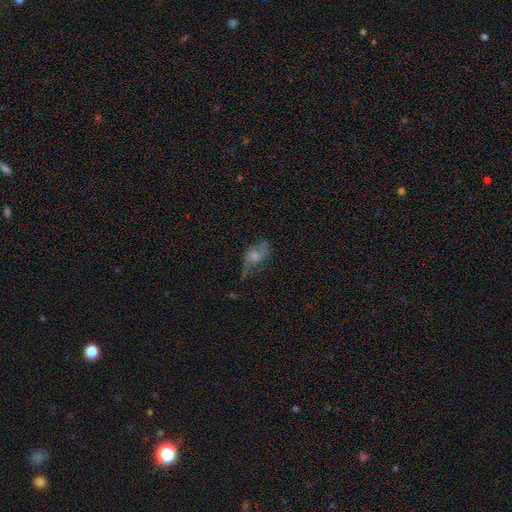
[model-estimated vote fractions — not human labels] smooth-or-featured: featured or disk: 62% | smooth: 25% | star or artifact: 13%
  disk-edge-on: no: 89% | yes: 11%
    bar: no: 71% | weak: 24% | strong: 5%
    has-spiral-arms: yes: 80% | no: 20%
    bulge-size: moderate: 47% | small: 36% | large: 8% | none: 7% | dominant: 2%
  merging: none: 50% | minor disturbance: 26% | major disturbance: 20% | merger: 3%